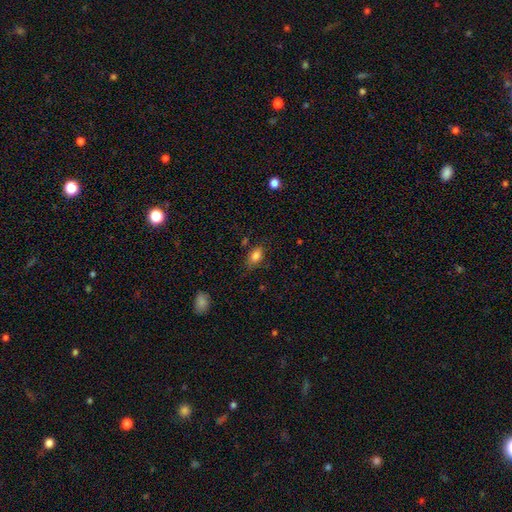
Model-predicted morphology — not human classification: smooth 83%, star or artifact 9%, featured or disk 8%. Down the decision tree: how rounded — in between (86%); merging — none (73%).